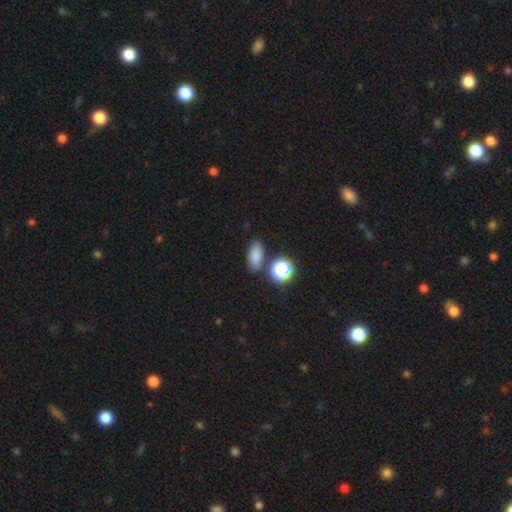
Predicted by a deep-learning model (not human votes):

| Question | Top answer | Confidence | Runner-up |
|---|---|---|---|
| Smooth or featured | smooth | 78% | star or artifact (15%) |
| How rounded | in between | 78% | round (13%) |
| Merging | none | 78% | minor disturbance (11%) |